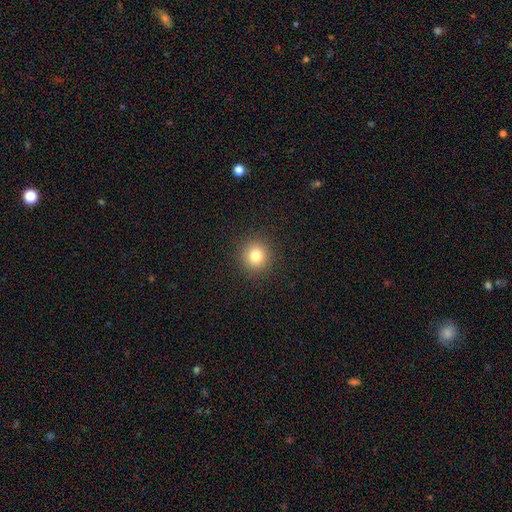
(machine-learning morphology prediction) Smooth or featured?
  - smooth: 81% *
  - star or artifact: 12%
  - featured or disk: 7%
How rounded?
  - round: 91% *
  - in between: 8%
  - cigar-shaped: 1%
Merging?
  - none: 91% *
  - minor disturbance: 6%
  - major disturbance: 2%
  - merger: 1%